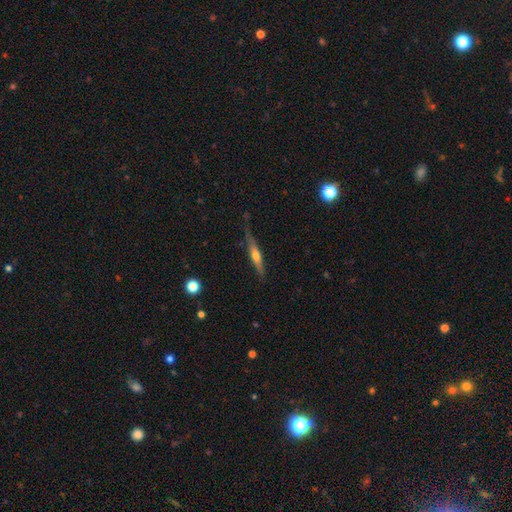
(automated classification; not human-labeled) The model was most divided on "smooth or featured": featured or disk: 57%, smooth: 37%, star or artifact: 6%. More confident: edge-on disk — yes (94%); edge-on bulge — rounded (85%); merging — none (71%).